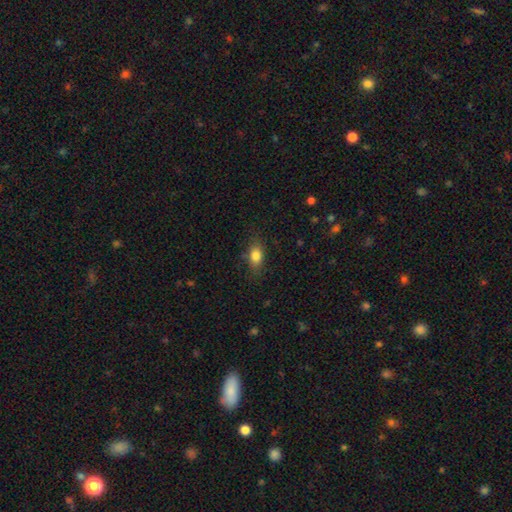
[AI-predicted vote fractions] smooth 81%, star or artifact 9%, featured or disk 9%. Down the decision tree: how rounded — in between (80%); merging — none (79%).